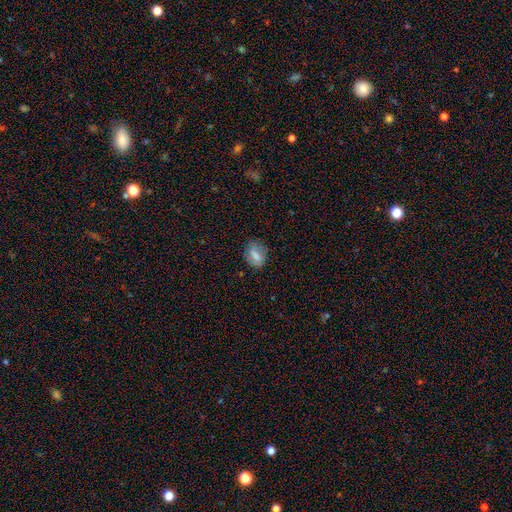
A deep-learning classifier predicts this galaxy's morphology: type=smooth (70%); roundness=in between (67%); merging=none (75%).